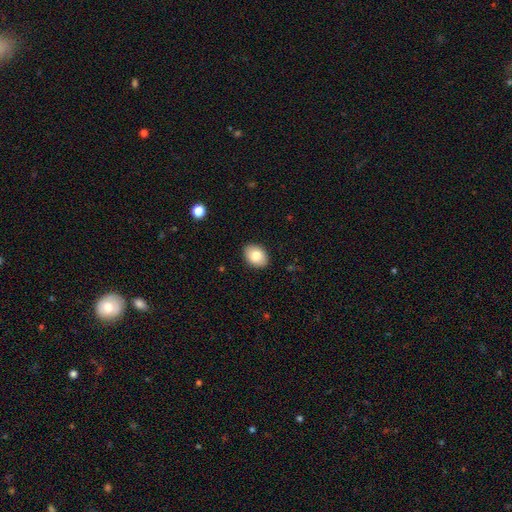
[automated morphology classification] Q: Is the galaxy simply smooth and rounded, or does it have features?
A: smooth — 82%.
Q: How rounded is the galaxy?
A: in between — 76%.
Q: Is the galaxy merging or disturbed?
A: none — 89%.